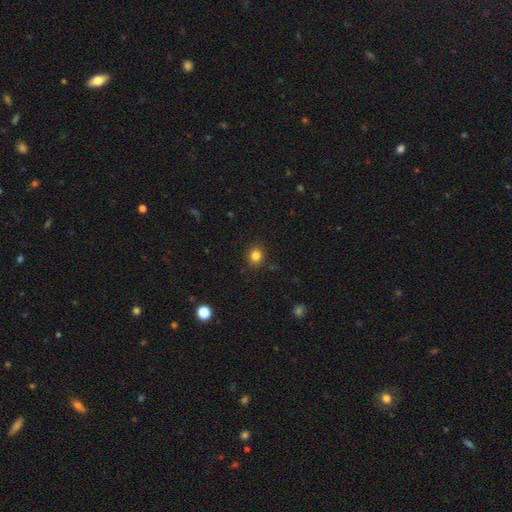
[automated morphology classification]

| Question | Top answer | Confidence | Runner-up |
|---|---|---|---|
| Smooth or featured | smooth | 83% | star or artifact (12%) |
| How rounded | round | 75% | in between (24%) |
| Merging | none | 89% | minor disturbance (8%) |